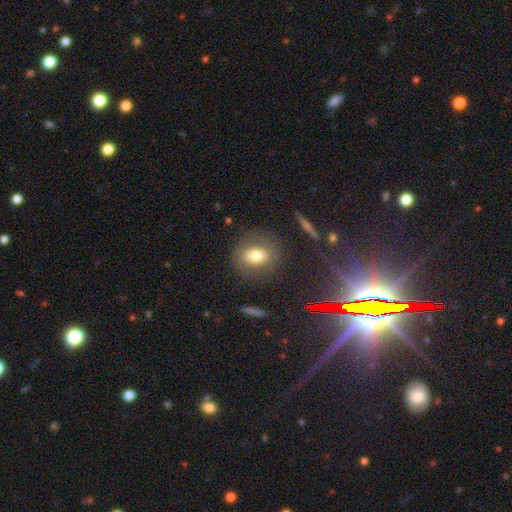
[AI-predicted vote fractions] Smooth or featured: smooth — 69% (featured or disk — 20%)
How rounded: in between — 55% (round — 42%)
Merging: none — 79% (minor disturbance — 13%)